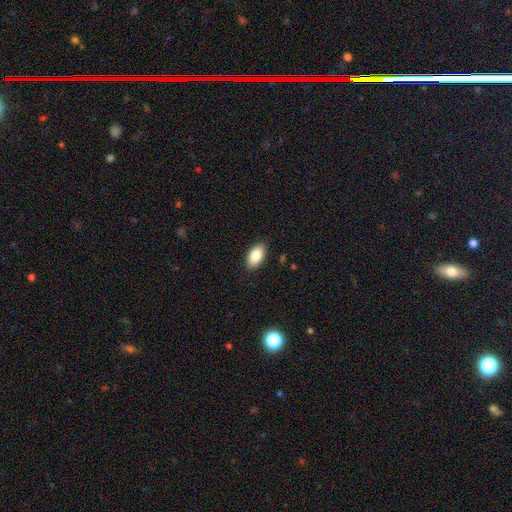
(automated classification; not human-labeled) smooth 86%, star or artifact 7%, featured or disk 7%. Down the decision tree: how rounded — in between (94%); merging — none (88%).